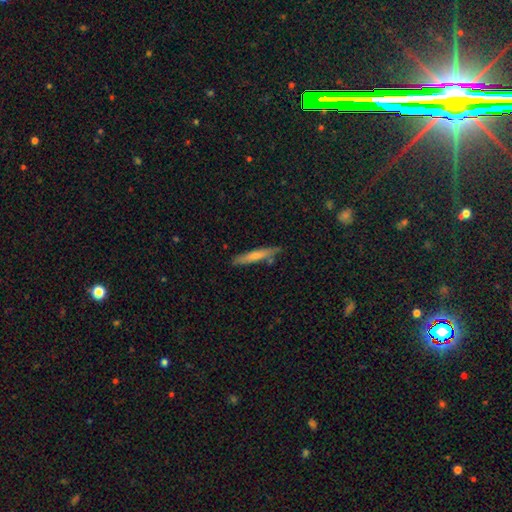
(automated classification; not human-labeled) smooth-or-featured: smooth: 66% | featured or disk: 28% | star or artifact: 6%
  how-rounded: cigar-shaped: 92% | in between: 6% | round: 1%
  merging: none: 80% | minor disturbance: 14% | merger: 4% | major disturbance: 3%